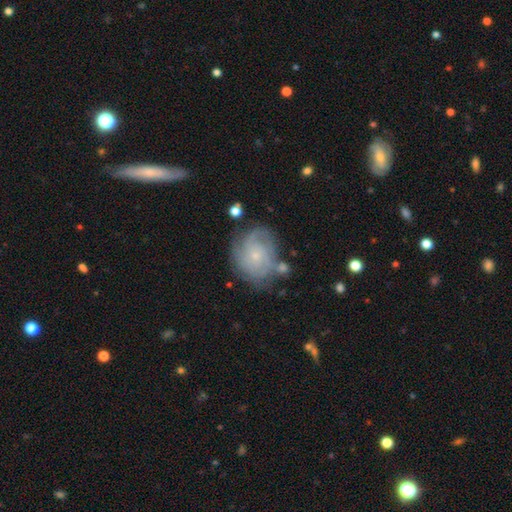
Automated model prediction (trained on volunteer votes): A featured or disk galaxy (69%) with no bar (79%), tight (59%) spiral arms (88%) and a small central bulge (78%).

Vote fractions:
- Smooth or featured? featured or disk: 69% / smooth: 23% / star or artifact: 8%
- Edge-on disk? no: 97% / yes: 3%
- Bar? no: 79% / weak: 18% / strong: 2%
- Spiral arms? yes: 88% / no: 12%
- Spiral winding? tight: 59% / medium: 30% / loose: 11%
- Spiral arm count? can't tell: 43% / 2: 19% / 3: 18% / 4: 9% / 1: 6% / more than 4: 5%
- Bulge size? small: 78% / moderate: 16% / none: 4% / large: 1% / dominant: 1%
- Merging? none: 61% / minor disturbance: 23% / major disturbance: 11% / merger: 6%